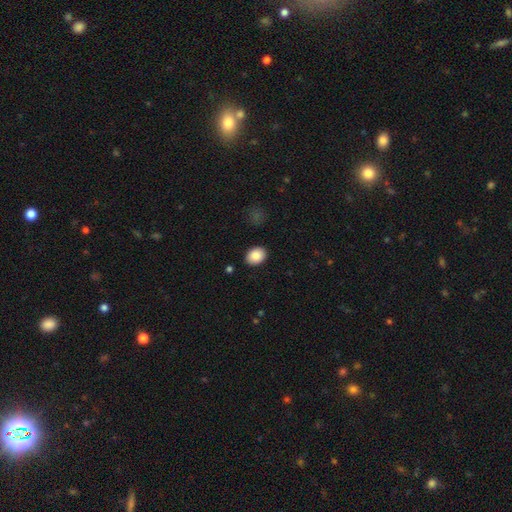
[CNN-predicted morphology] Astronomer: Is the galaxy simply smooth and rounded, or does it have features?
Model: smooth — 87%.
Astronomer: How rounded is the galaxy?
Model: in between — 72%.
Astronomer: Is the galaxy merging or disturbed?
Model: none — 89%.